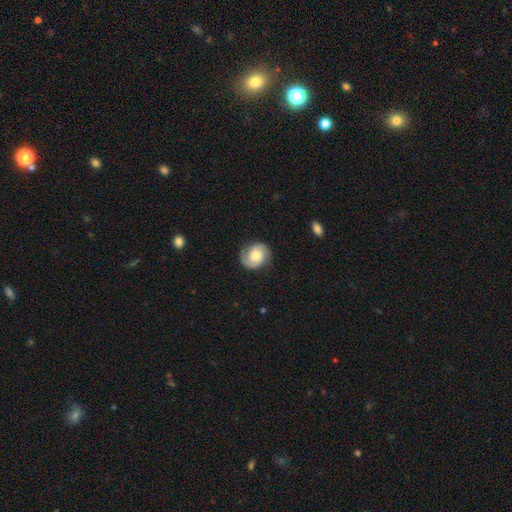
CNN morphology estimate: Smooth or featured: featured or disk — 75% (smooth — 19%)
Edge-on disk: no — 98% (yes — 2%)
Bar: no — 62% (weak — 32%)
Spiral arms: yes — 96% (no — 4%)
Spiral winding: tight — 49% (medium — 40%)
Spiral arm count: 2 — 88% (can't tell — 4%)
Bulge size: moderate — 59% (small — 23%)
Merging: none — 83% (minor disturbance — 12%)